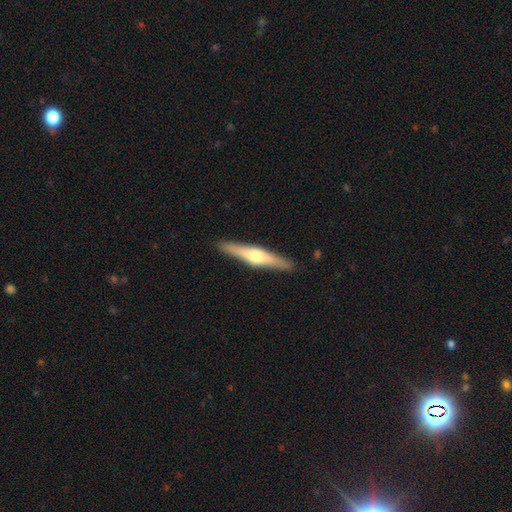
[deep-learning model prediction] This appears to be a featured or disk galaxy (63%) viewed edge-on (96%) with a rounded central bulge (88%). Merging: none (91%).